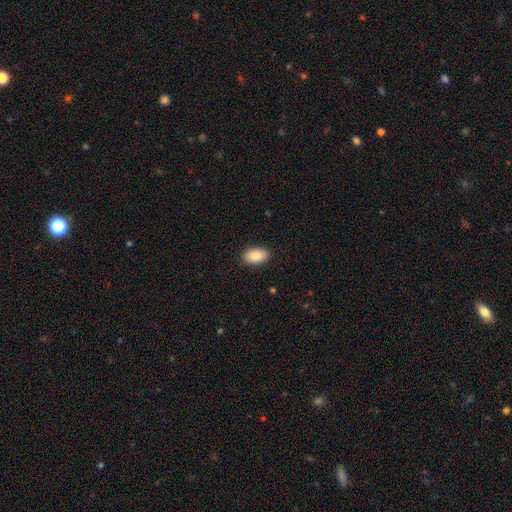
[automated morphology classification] smooth_or_featured: smooth (p=0.86) [alt: featured or disk p=0.08]
how_rounded: in between (p=0.93) [alt: round p=0.05]
merging: none (p=0.89) [alt: minor disturbance p=0.08]